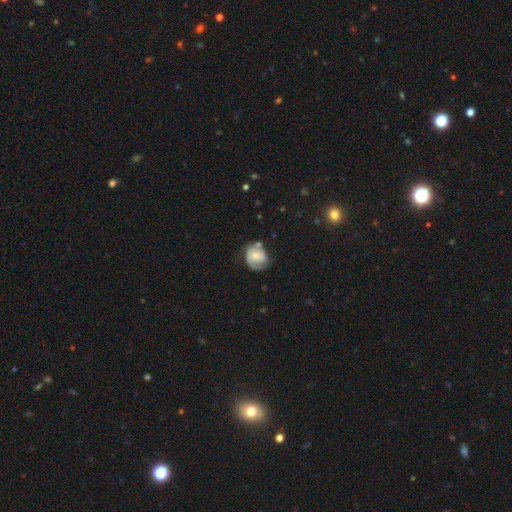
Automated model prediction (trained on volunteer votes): This appears to be a featured or disk galaxy (50%). Merging: none (52%).